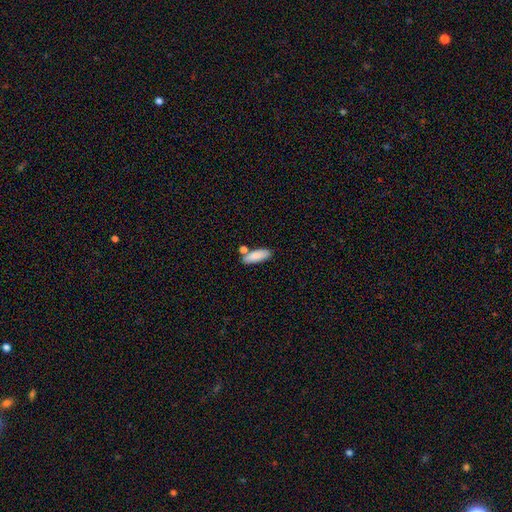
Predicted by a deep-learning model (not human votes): Smooth or featured? smooth (86%)
How rounded? in between (70%)
Merging? none (68%)